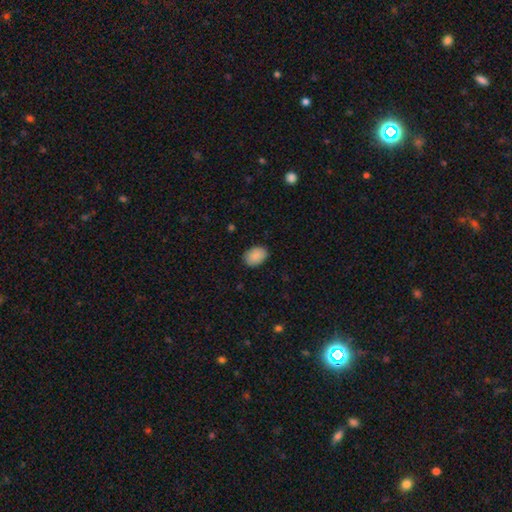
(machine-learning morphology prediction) The model was most divided on "how rounded": in between: 79%, round: 20%, cigar-shaped: 1%. More confident: smooth or featured — smooth (90%); merging — none (85%).